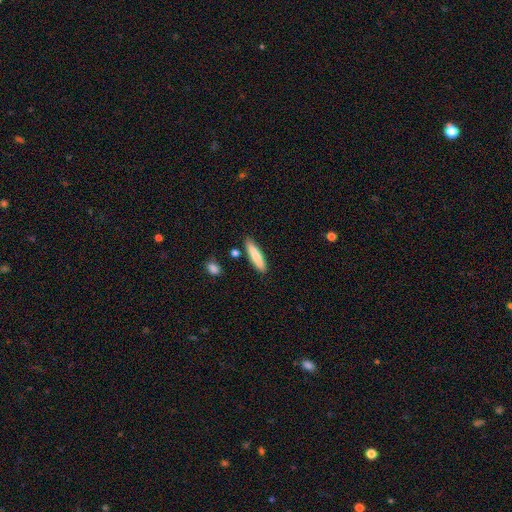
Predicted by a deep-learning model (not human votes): Smooth or featured: smooth — 81% (featured or disk — 14%)
How rounded: cigar-shaped — 81% (in between — 18%)
Merging: none — 85% (minor disturbance — 10%)